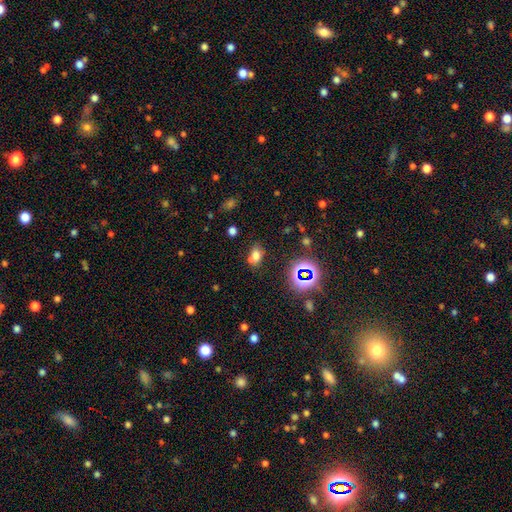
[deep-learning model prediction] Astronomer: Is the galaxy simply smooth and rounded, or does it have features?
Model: smooth — 65%.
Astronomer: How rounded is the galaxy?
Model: in between — 72%.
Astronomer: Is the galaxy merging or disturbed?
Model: none — 57%.